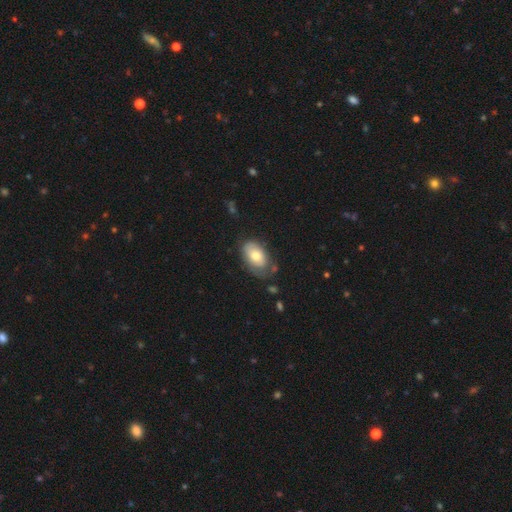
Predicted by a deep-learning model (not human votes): Smooth or featured? Predicted: smooth (p=0.70). How rounded? Predicted: in between (p=0.91). Merging? Predicted: none (p=0.61).